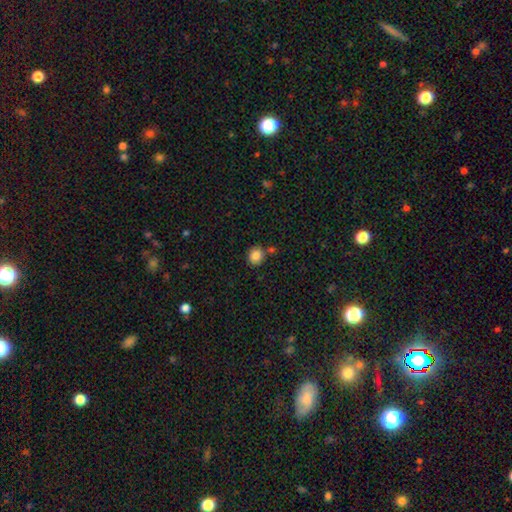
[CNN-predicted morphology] The model was most divided on "how rounded": round: 81%, in between: 18%, cigar-shaped: 1%. More confident: smooth or featured — smooth (86%); merging — none (75%).